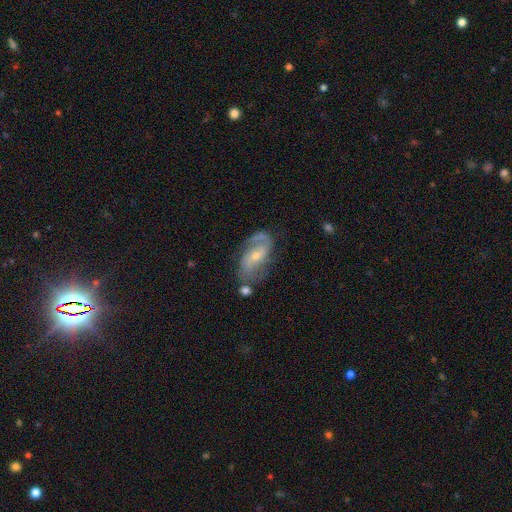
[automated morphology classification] Smooth or featured? featured or disk (78%)
Edge-on disk? no (95%)
Bar? no (45%)
Spiral arms? yes (91%)
Spiral winding? medium (45%)
Spiral arm count? 2 (75%)
Bulge size? small (58%)
Merging? none (57%)